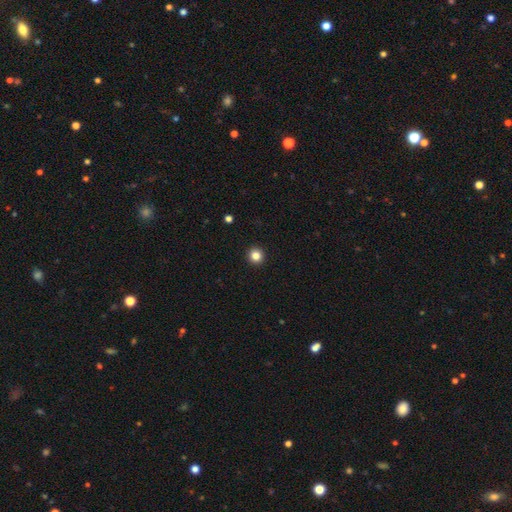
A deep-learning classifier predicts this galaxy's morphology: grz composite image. It shows a smooth galaxy with no disk features (84%) that is round (95%). Merging: none (94%).